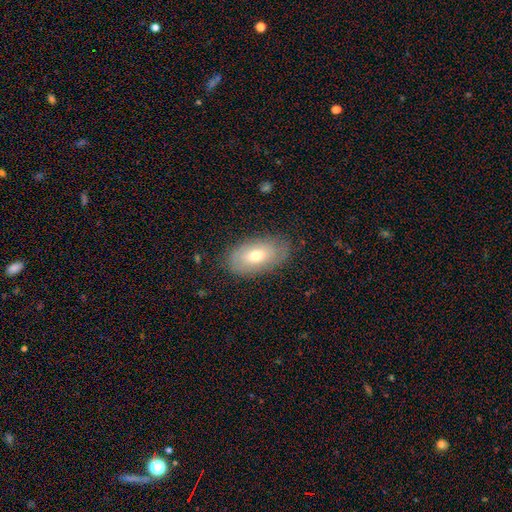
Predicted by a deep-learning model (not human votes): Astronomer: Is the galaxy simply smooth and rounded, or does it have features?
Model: smooth — 57% (runner-up: featured or disk, 36%).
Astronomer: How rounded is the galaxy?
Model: in between — 92%.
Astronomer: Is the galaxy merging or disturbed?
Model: none — 81%.